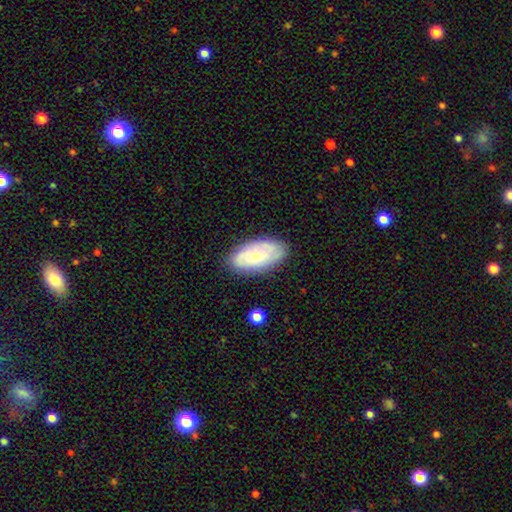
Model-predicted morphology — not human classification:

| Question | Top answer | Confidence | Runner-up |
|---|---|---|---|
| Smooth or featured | smooth | 50% | featured or disk (43%) |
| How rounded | in between | 92% | round (4%) |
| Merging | none | 80% | minor disturbance (15%) |